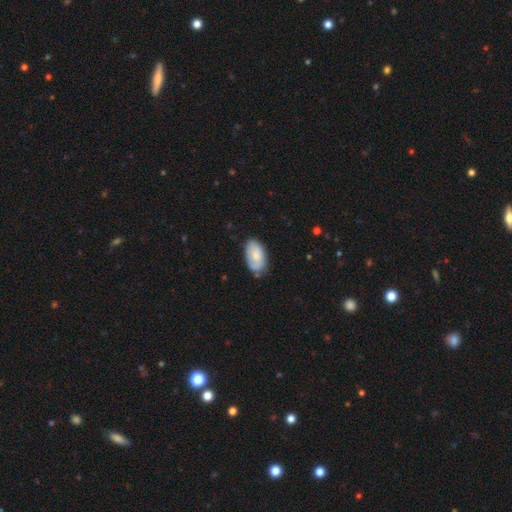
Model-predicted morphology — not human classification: Overall: smooth (66%; featured or disk 27%). How rounded: in between (94%). Merging: none (63%; minor disturbance 28%).